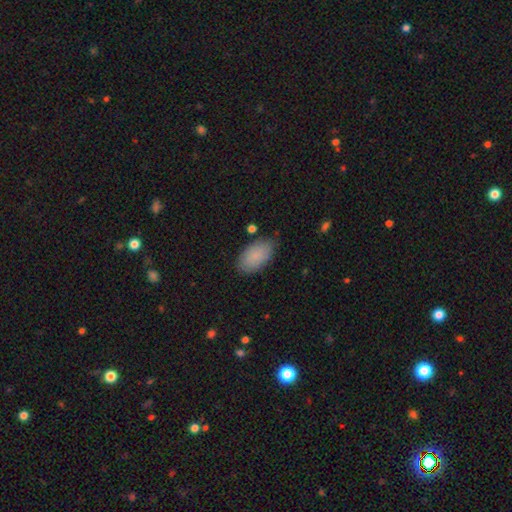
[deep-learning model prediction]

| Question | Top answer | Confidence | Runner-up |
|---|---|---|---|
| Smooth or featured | smooth | 87% | star or artifact (6%) |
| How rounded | in between | 94% | round (4%) |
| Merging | none | 79% | minor disturbance (16%) |